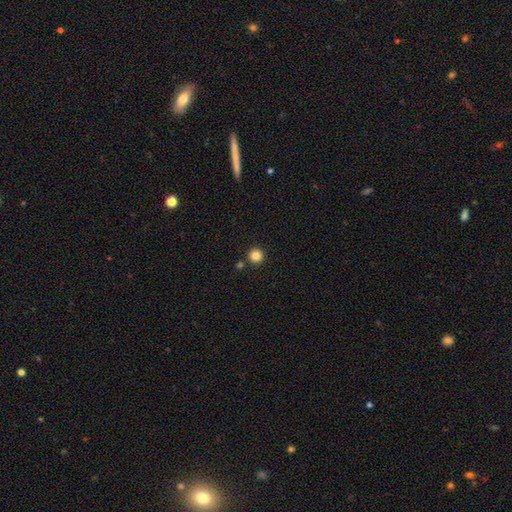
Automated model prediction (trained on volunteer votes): Smooth or featured: smooth — 85% (star or artifact — 11%)
How rounded: round — 96% (in between — 3%)
Merging: none — 89% (minor disturbance — 5%)